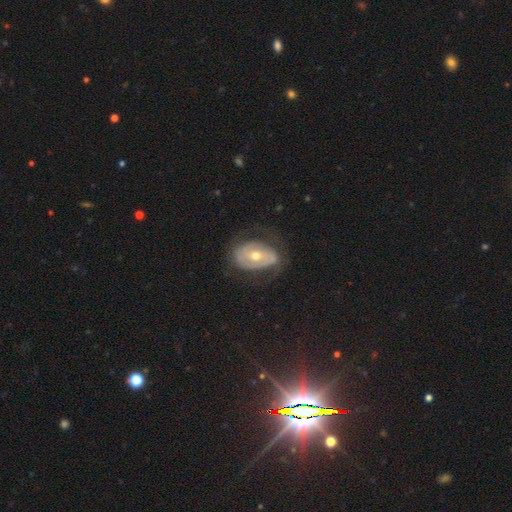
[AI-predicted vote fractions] The model was most divided on "spiral arms": yes: 52%, no: 48%. More confident: edge-on disk — no (93%); bulge size — moderate (65%); smooth or featured — featured or disk (63%); merging — none (60%); bar — no (53%).